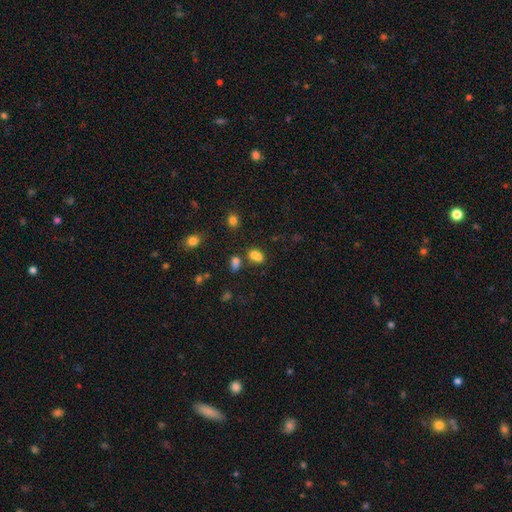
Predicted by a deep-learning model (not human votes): Smooth or featured: smooth — 74% (star or artifact — 17%)
How rounded: in between — 72% (round — 26%)
Merging: merger — 42% (none — 41%)